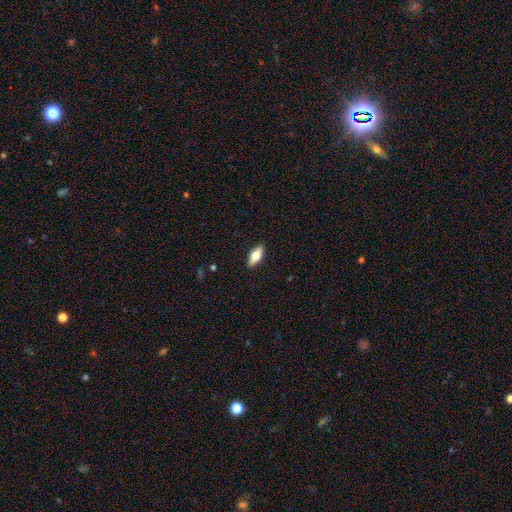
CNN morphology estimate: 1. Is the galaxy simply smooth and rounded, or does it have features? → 56% smooth, 38% featured or disk, 7% star or artifact.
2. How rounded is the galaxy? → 72% in between, 25% cigar-shaped, 3% round.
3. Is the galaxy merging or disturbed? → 90% none, 8% minor disturbance, 2% major disturbance, 1% merger.